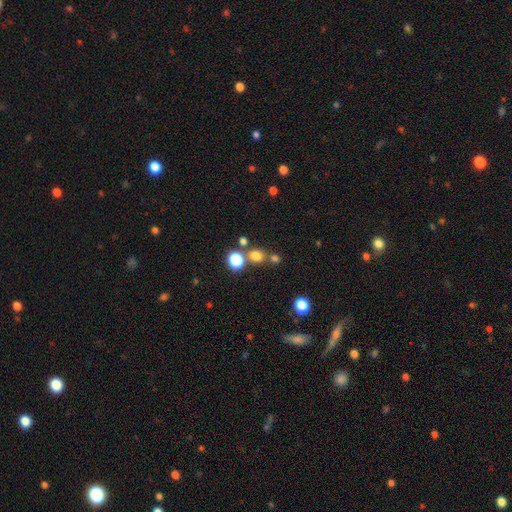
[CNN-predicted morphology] A smooth galaxy with no disk features (73%) that is round (75%). Merging: none (63%).